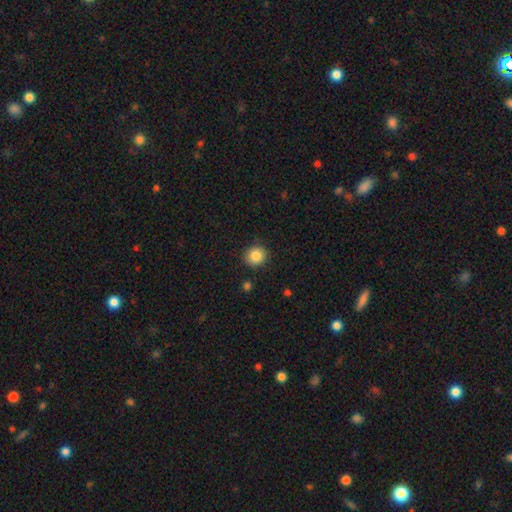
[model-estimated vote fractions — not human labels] Smooth or featured? smooth (86%)
How rounded? round (90%)
Merging? none (90%)